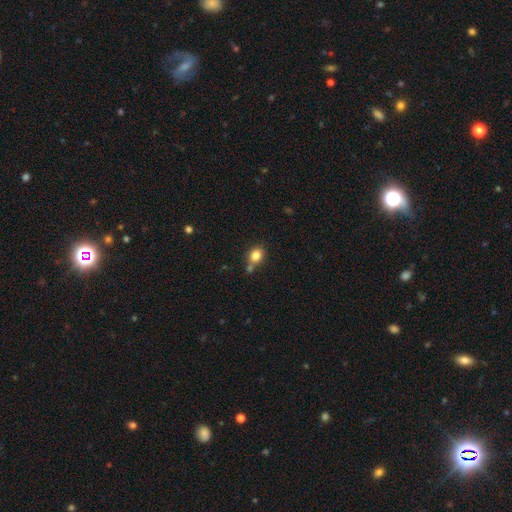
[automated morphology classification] A smooth galaxy with no disk features (82%) that is round (62%). Merging: none (60%).